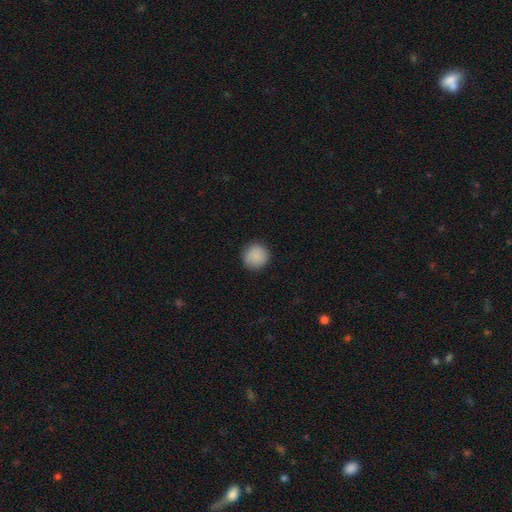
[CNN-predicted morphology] smooth 89%, star or artifact 7%, featured or disk 4%. Down the decision tree: how rounded — round (93%); merging — none (90%).